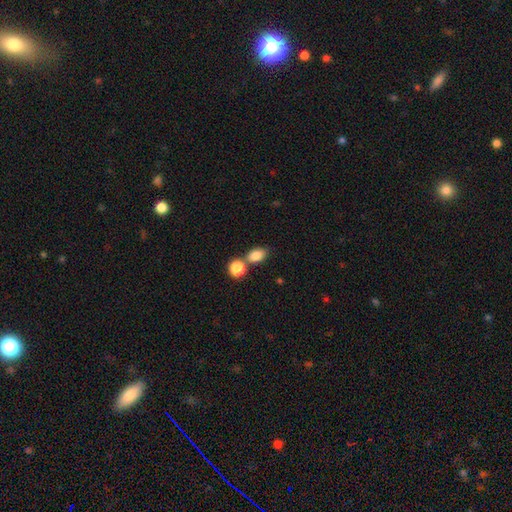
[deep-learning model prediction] This appears to be a smooth galaxy with no disk features (84%) that is in between round and cigar-shaped (75%). Merging: none (55%).